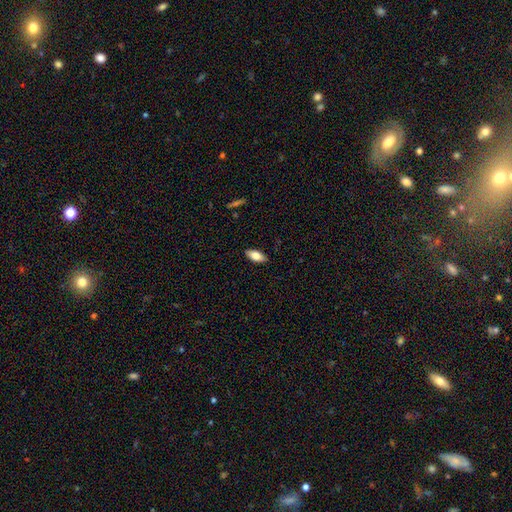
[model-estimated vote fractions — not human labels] Q: Smooth or featured?
A: smooth (76%); runner-up: featured or disk (17%)
Q: How rounded?
A: in between (86%); runner-up: cigar-shaped (11%)
Q: Merging?
A: none (88%); runner-up: minor disturbance (9%)